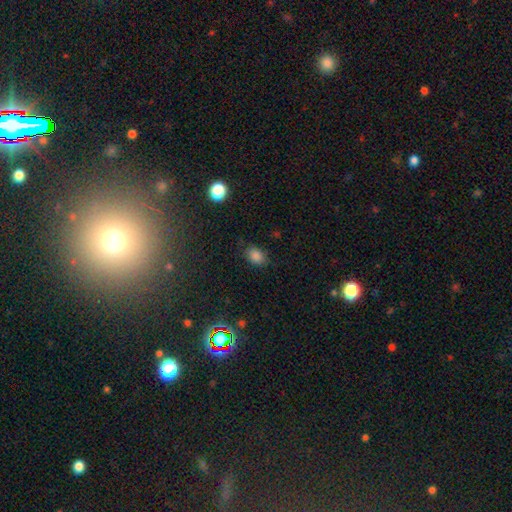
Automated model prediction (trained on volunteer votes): Smooth or featured? smooth (82%)
How rounded? in between (77%)
Merging? none (78%)